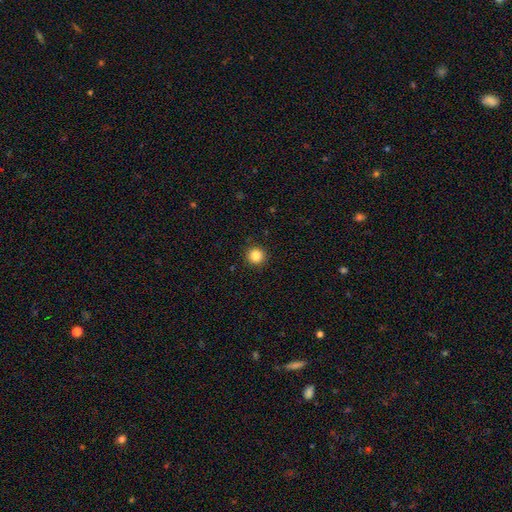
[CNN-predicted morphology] smooth_or_featured: smooth (p=0.85) [alt: star or artifact p=0.11]
how_rounded: round (p=0.95) [alt: in between p=0.04]
merging: none (p=0.93) [alt: minor disturbance p=0.05]